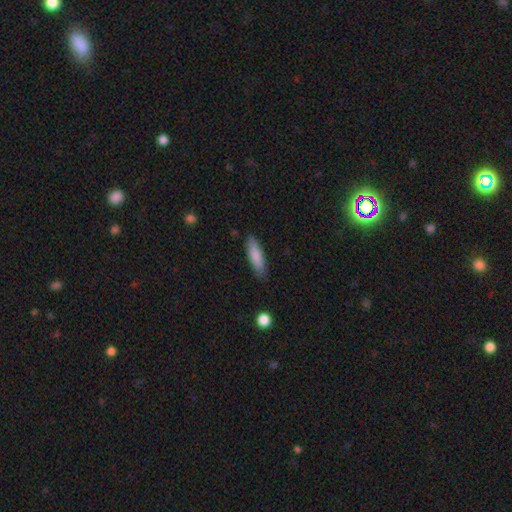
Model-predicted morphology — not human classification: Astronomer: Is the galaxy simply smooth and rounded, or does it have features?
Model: smooth — 84%.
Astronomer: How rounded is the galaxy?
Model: cigar-shaped — 56% (runner-up: in between, 43%).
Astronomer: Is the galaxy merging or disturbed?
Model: none — 84%.